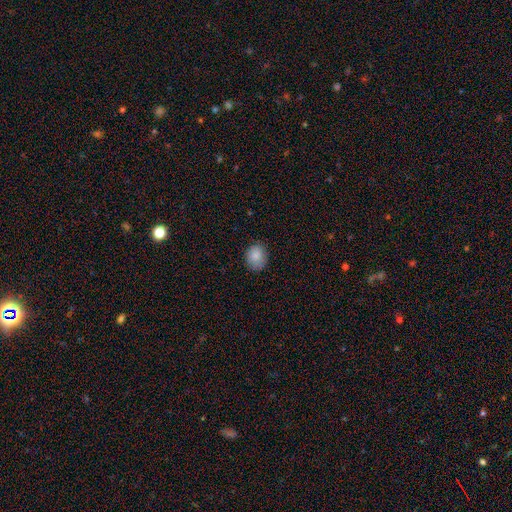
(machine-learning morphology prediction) A smooth galaxy with no disk features (86%) that is round (54%). Merging: none (79%).